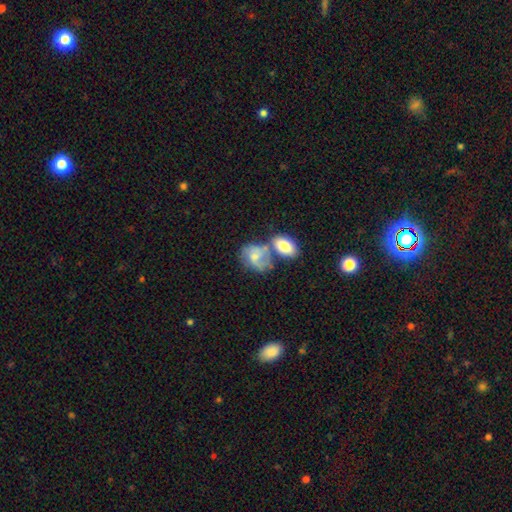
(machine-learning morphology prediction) Smooth or featured: featured or disk — 46% (tied with smooth — 46%)
Merging: merger — 38% (none — 30%)